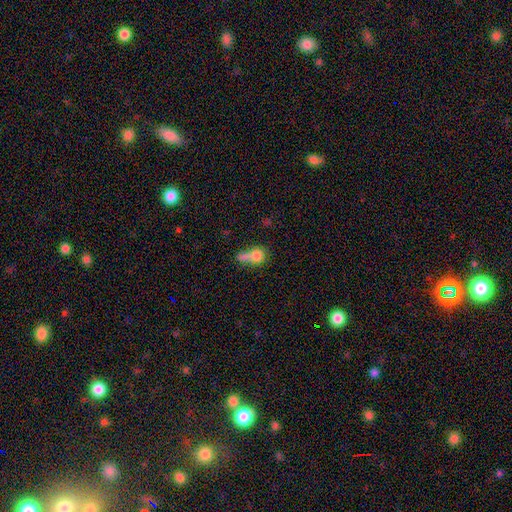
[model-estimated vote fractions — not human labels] Smooth or featured?
  - smooth: 74% *
  - featured or disk: 15%
  - star or artifact: 11%
How rounded?
  - round: 55% *
  - in between: 39%
  - cigar-shaped: 7%
Merging?
  - merger: 45% *
  - none: 25%
  - minor disturbance: 15%
  - major disturbance: 15%